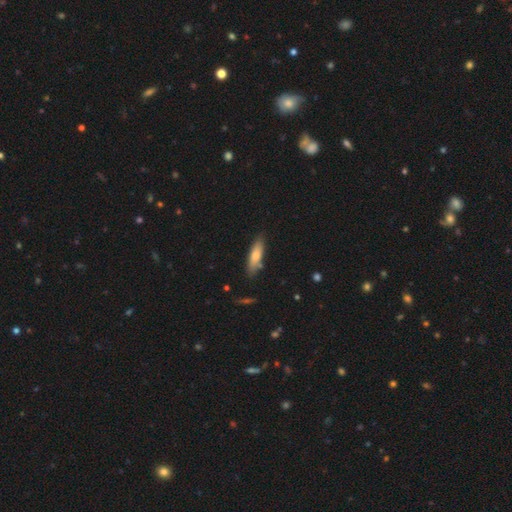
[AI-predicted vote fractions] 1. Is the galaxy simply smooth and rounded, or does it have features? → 74% smooth, 20% featured or disk, 6% star or artifact.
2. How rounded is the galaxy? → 60% cigar-shaped, 38% in between, 2% round.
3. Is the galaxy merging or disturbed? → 77% none, 16% minor disturbance, 4% merger, 3% major disturbance.